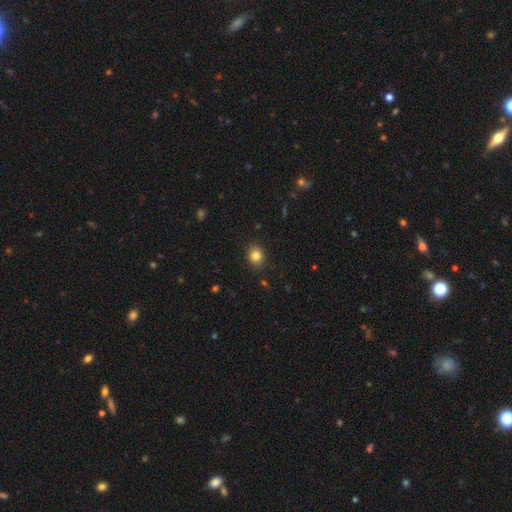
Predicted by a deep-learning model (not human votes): The model was most divided on "how rounded": round: 70%, in between: 29%, cigar-shaped: 1%. More confident: merging — none (89%); smooth or featured — smooth (84%).